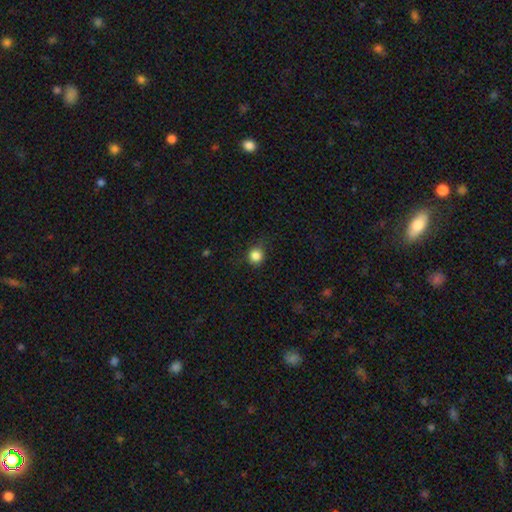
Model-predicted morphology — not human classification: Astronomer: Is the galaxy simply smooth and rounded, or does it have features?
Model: smooth — 84%.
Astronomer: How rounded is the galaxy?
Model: round — 90%.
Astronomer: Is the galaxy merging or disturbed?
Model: none — 79%.